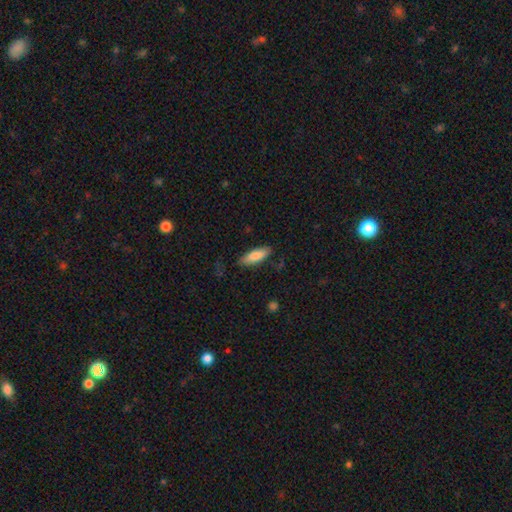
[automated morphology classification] Overall: smooth (82%). How rounded: in between (56%; cigar-shaped 42%). Merging: none (80%).